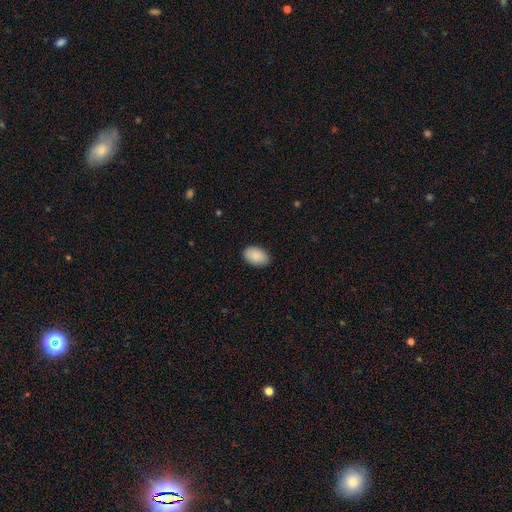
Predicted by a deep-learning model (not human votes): smooth-or-featured: smooth: 89% | star or artifact: 6% | featured or disk: 4%
  how-rounded: in between: 92% | round: 6% | cigar-shaped: 1%
  merging: none: 87% | minor disturbance: 10% | major disturbance: 2% | merger: 1%